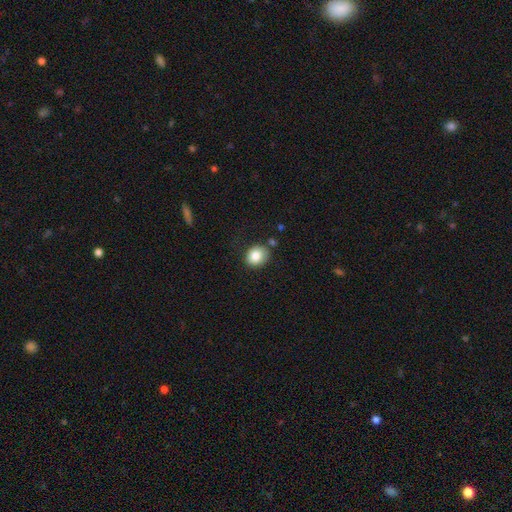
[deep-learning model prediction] Morphology: type=smooth (84%); roundness=round (63%); merging=none (75%).